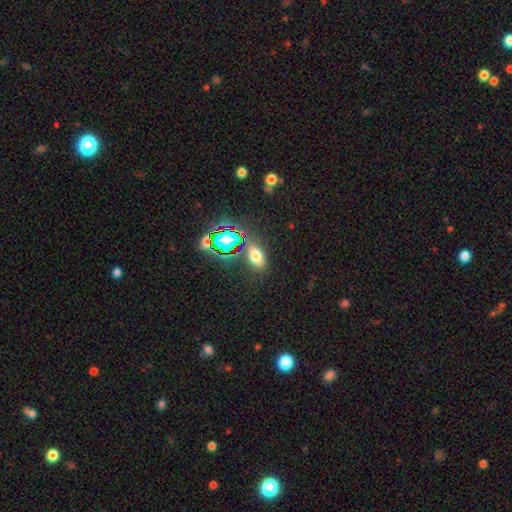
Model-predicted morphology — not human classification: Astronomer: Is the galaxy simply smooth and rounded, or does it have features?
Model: smooth — 60%.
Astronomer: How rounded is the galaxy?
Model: in between — 81%.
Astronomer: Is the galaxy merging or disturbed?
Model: none — 78%.